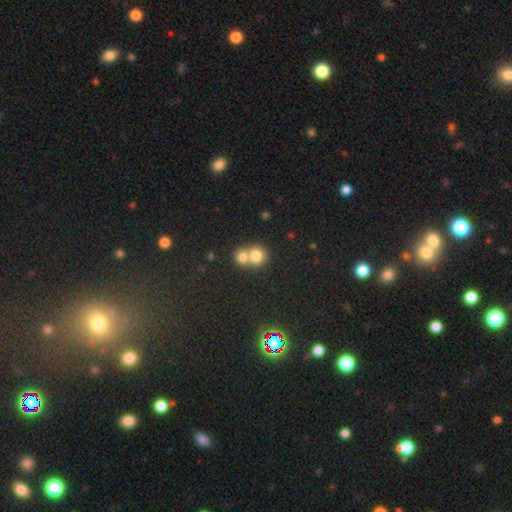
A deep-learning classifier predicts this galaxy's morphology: This is likely a smooth galaxy (75%). How rounded: likely round (80%). Merging: likely merger (65%).